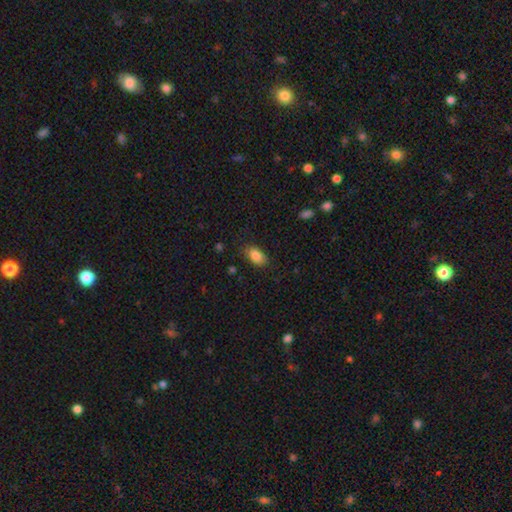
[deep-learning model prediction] Overall: smooth (86%). How rounded: in between (90%). Merging: none (81%).